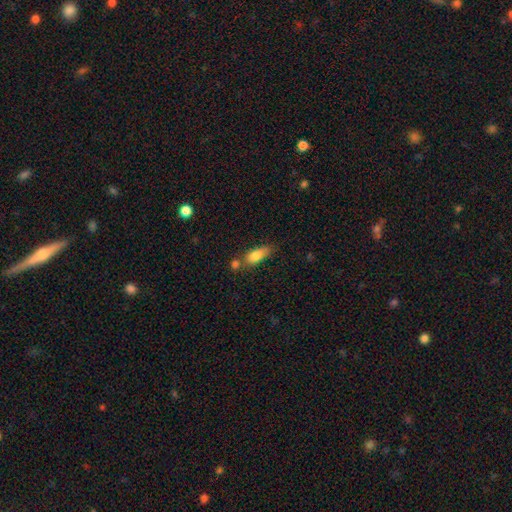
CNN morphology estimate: Smooth or featured? smooth (80%)
How rounded? in between (73%)
Merging? none (48%)